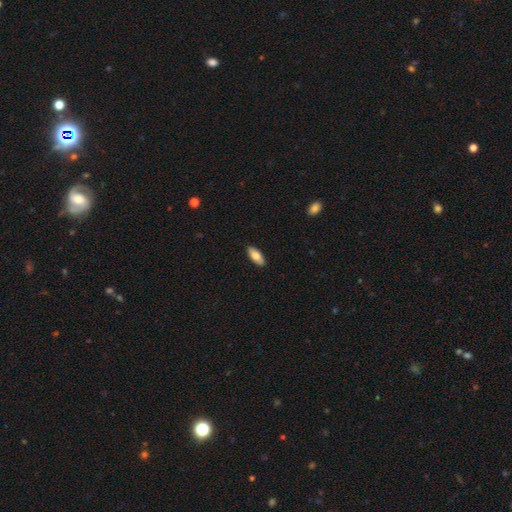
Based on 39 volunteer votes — Q: Smooth or featured?
A: smooth (77%); runner-up: featured or disk (21%)
Q: How rounded?
A: in between (83%); runner-up: cigar-shaped (17%)
Q: Merging?
A: none (95%); runner-up: minor disturbance (5%)